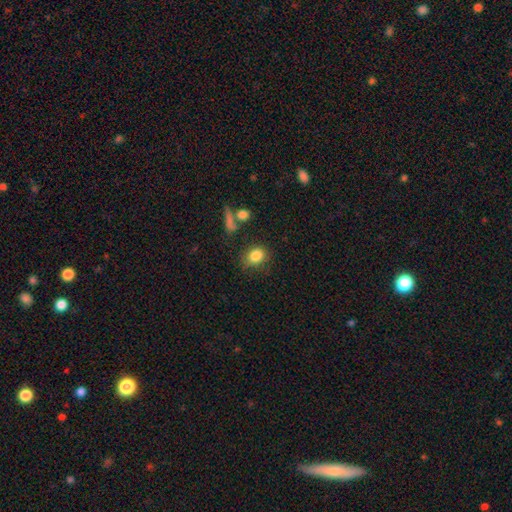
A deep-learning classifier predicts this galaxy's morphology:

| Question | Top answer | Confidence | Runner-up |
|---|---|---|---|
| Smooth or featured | smooth | 84% | star or artifact (9%) |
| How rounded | in between | 62% | round (37%) |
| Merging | none | 72% | minor disturbance (17%) |